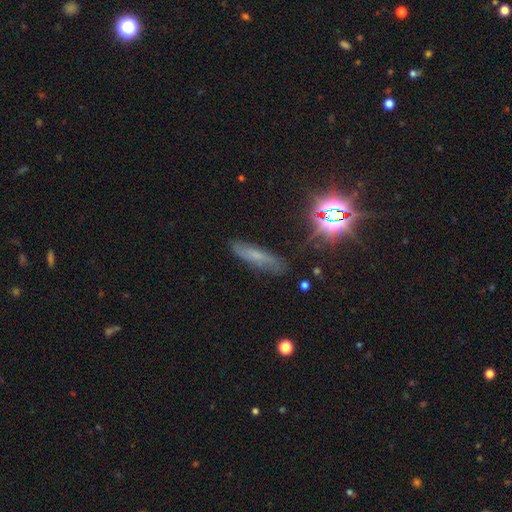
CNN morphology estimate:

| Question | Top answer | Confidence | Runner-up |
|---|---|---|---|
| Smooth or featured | smooth | 47% | featured or disk (30%) |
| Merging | none | 75% | minor disturbance (18%) |